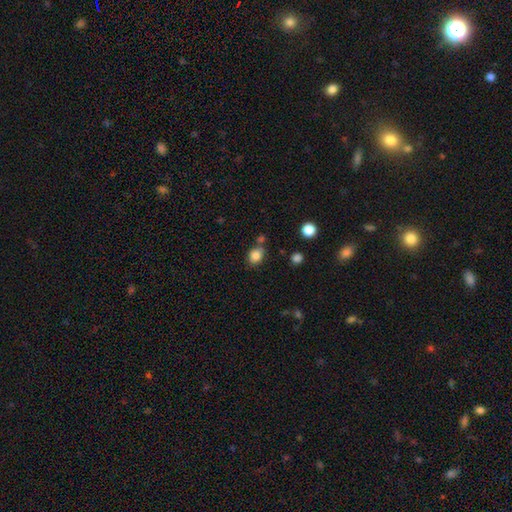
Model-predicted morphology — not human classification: smooth_or_featured: smooth (p=0.83) [alt: star or artifact p=0.11]
how_rounded: in between (p=0.51) [alt: round p=0.48]
merging: none (p=0.67) [alt: minor disturbance p=0.16]